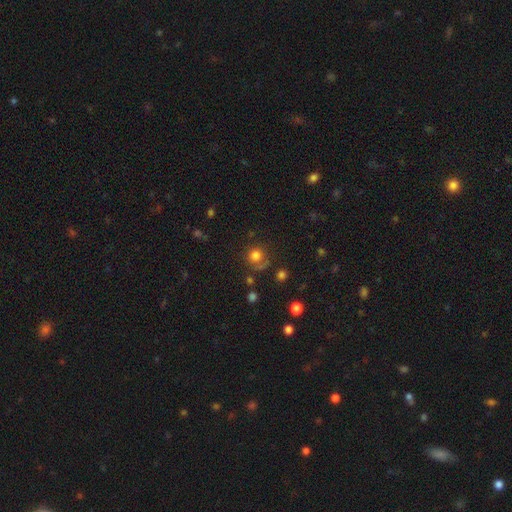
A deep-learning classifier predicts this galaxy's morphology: Smooth or featured: smooth — 77% (star or artifact — 15%)
How rounded: round — 90% (in between — 9%)
Merging: none — 69% (minor disturbance — 15%)